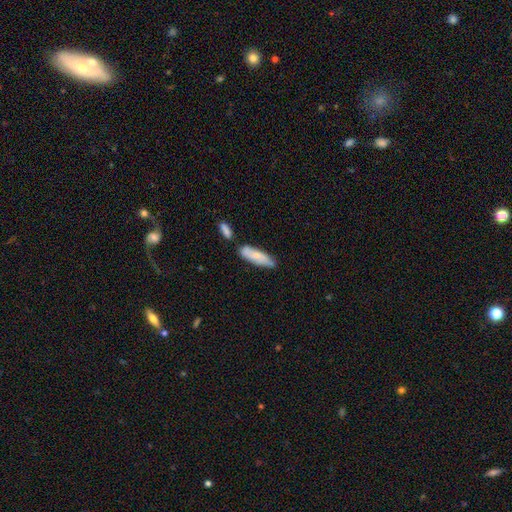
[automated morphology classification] smooth_or_featured: smooth (p=0.71) [alt: featured or disk p=0.23]
how_rounded: cigar-shaped (p=0.57) [alt: in between p=0.41]
merging: none (p=0.60) [alt: minor disturbance p=0.20]